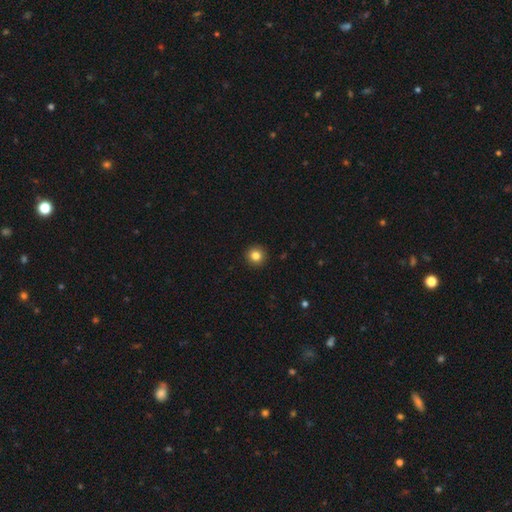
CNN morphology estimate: This is clearly a smooth galaxy (83%). How rounded: clearly round (95%). Merging: clearly none (93%).